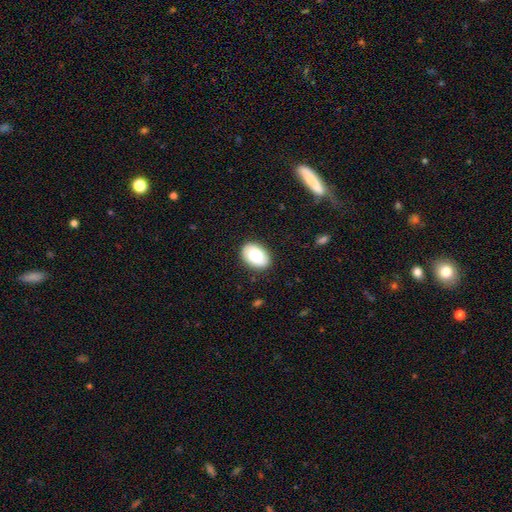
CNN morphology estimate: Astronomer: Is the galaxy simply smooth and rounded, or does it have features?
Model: smooth — 78%.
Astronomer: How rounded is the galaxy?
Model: in between — 83%.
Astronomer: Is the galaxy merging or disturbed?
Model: none — 87%.